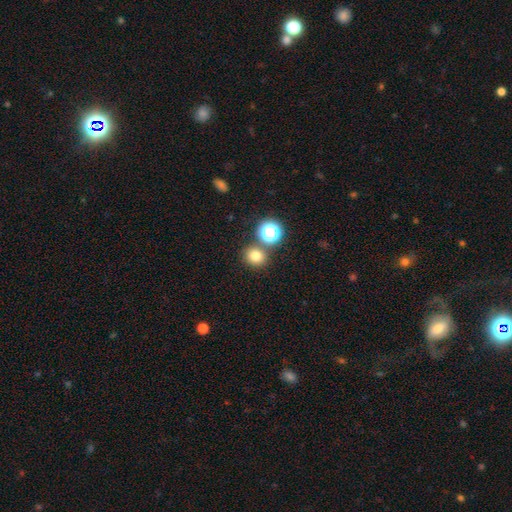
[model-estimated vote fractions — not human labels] Q: Smooth or featured?
A: smooth (75%); runner-up: star or artifact (18%)
Q: How rounded?
A: round (80%); runner-up: in between (19%)
Q: Merging?
A: none (76%); runner-up: merger (13%)